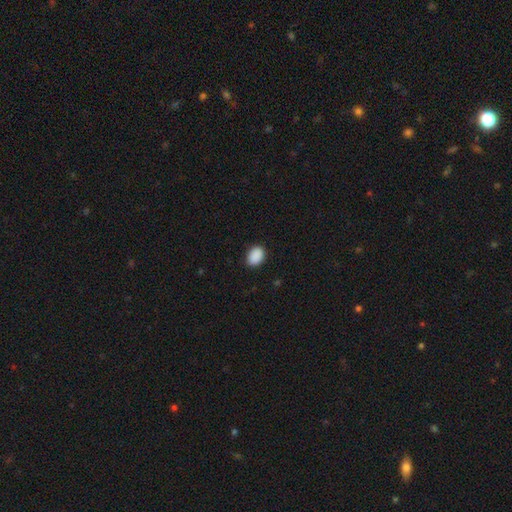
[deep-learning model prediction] The model was most divided on "how rounded": in between: 73%, round: 26%, cigar-shaped: 1%. More confident: smooth or featured — smooth (90%); merging — none (88%).